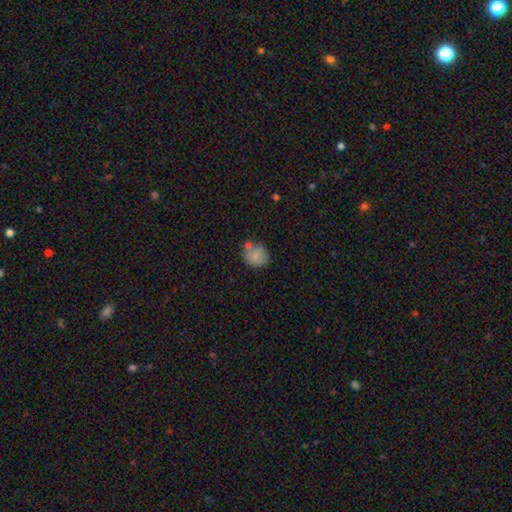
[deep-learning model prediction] This appears to be a smooth galaxy with no disk features (80%) that is round (82%). Merging: none (57%).